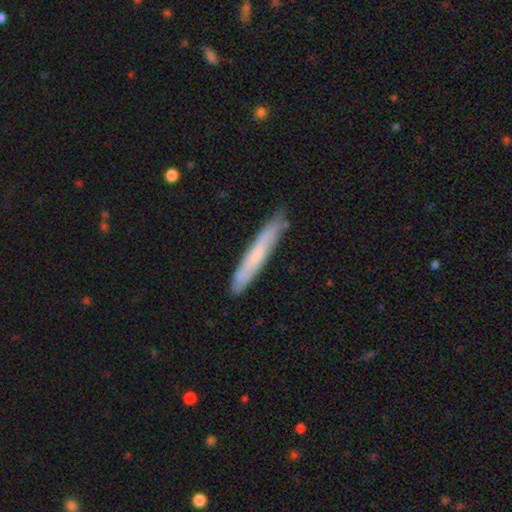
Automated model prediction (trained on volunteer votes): Smooth or featured? Predicted: smooth (p=0.56). How rounded? Predicted: cigar-shaped (p=0.95). Merging? Predicted: none (p=0.83).